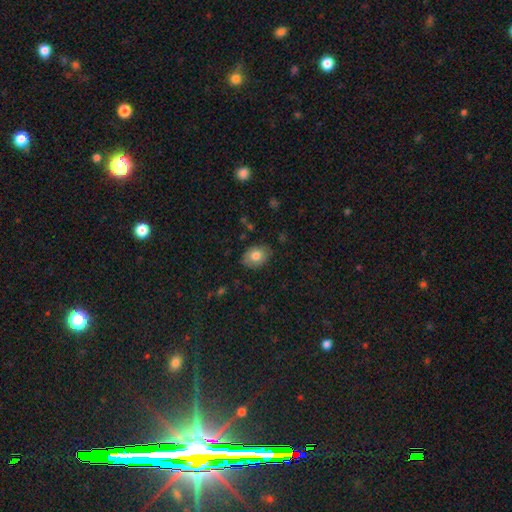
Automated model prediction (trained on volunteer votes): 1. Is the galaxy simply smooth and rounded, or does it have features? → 78% smooth, 14% featured or disk, 8% star or artifact.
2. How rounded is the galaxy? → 72% in between, 27% round, 1% cigar-shaped.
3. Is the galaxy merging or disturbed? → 83% none, 13% minor disturbance, 2% major disturbance, 1% merger.